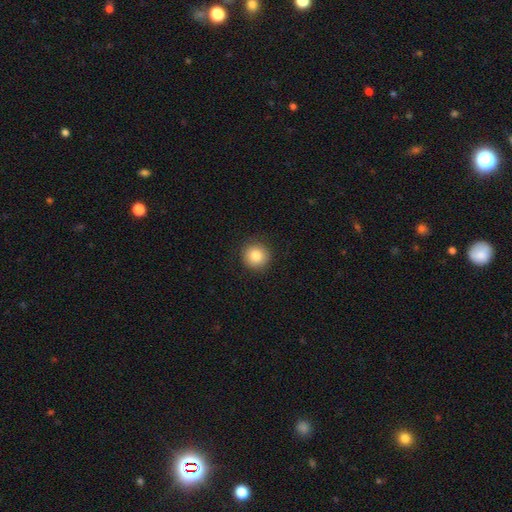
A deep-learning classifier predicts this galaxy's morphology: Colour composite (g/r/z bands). It shows a smooth galaxy with no disk features (84%) that is round (93%). Merging: none (90%).